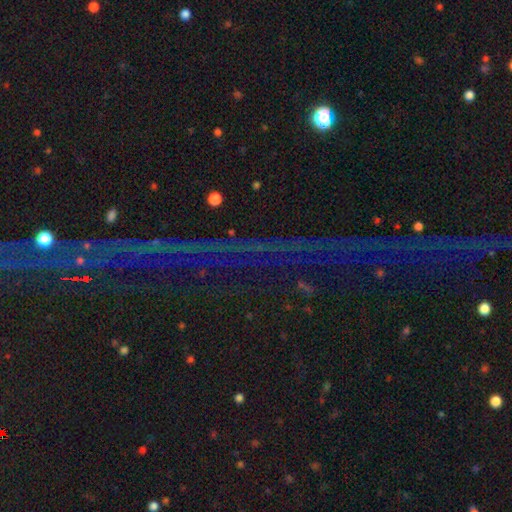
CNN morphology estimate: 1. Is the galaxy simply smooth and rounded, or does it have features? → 79% star or artifact, 13% featured or disk, 8% smooth.